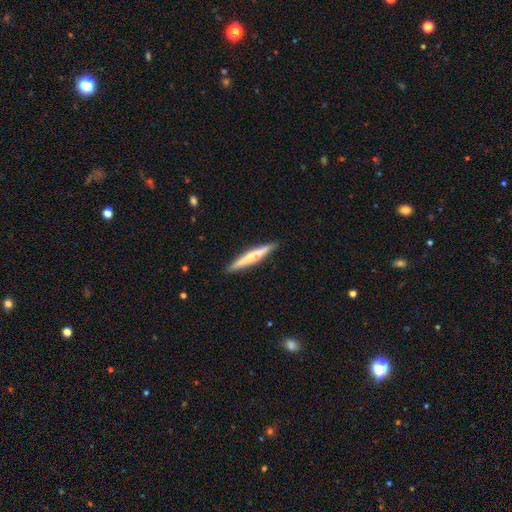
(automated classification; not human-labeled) smooth-or-featured: smooth: 49% | featured or disk: 45% | star or artifact: 6%
  merging: none: 90% | minor disturbance: 7% | major disturbance: 1% | merger: 1%